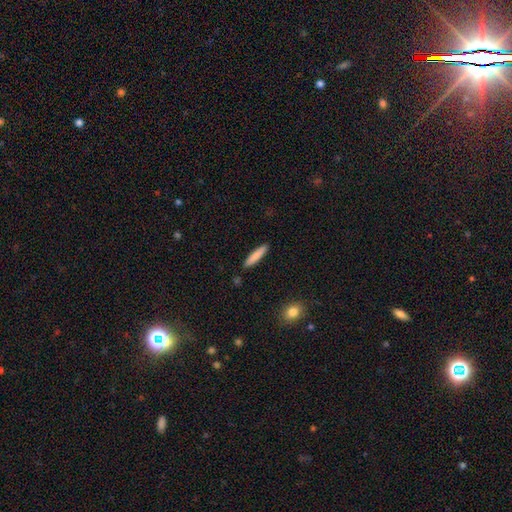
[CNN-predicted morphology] Smooth or featured? Predicted: smooth (p=0.83). How rounded? Predicted: cigar-shaped (p=0.89). Merging? Predicted: none (p=0.90).